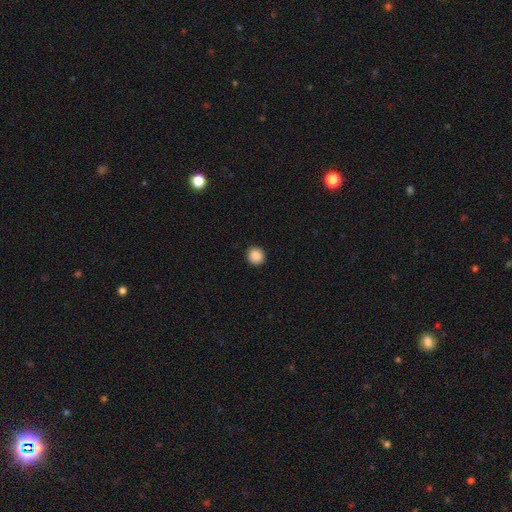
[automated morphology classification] A smooth galaxy with no disk features (89%) that is round (92%).

Vote fractions:
- Smooth or featured? smooth: 89% / star or artifact: 9% / featured or disk: 3%
- How rounded? round: 92% / in between: 7% / cigar-shaped: 1%
- Merging? none: 92% / minor disturbance: 5% / major disturbance: 2% / merger: 1%